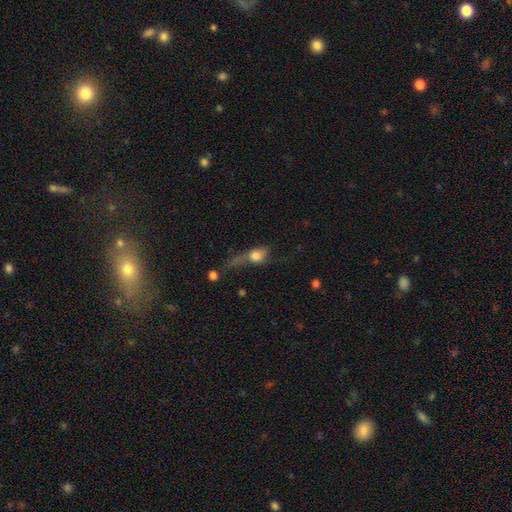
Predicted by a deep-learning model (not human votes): This is likely a smooth galaxy (64%). How rounded: possibly in between (49%). Merging: marginally major disturbance (44%).